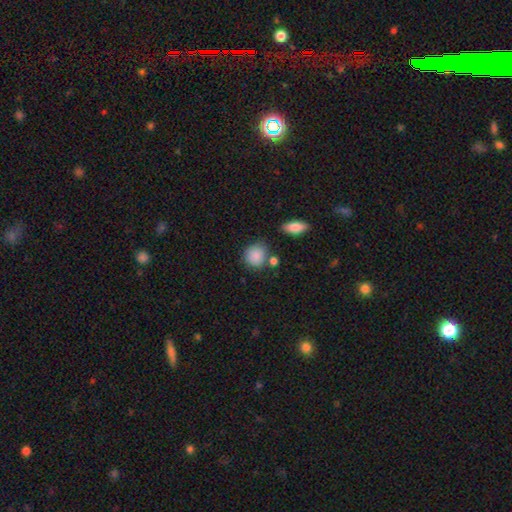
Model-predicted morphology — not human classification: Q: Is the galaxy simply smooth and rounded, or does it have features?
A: smooth — 88%.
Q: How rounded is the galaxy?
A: round — 77%.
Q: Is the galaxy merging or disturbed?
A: none — 71%.